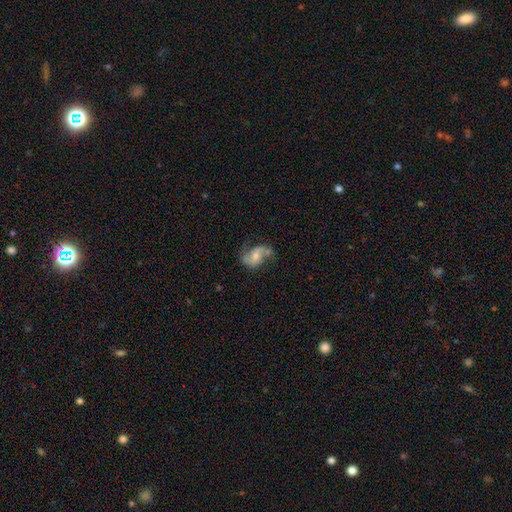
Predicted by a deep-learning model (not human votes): Smooth or featured? featured or disk (80%)
Edge-on disk? no (97%)
Bar? no (56%)
Spiral arms? yes (94%)
Spiral winding? loose (53%)
Spiral arm count? 2 (87%)
Bulge size? moderate (50%)
Merging? none (64%)